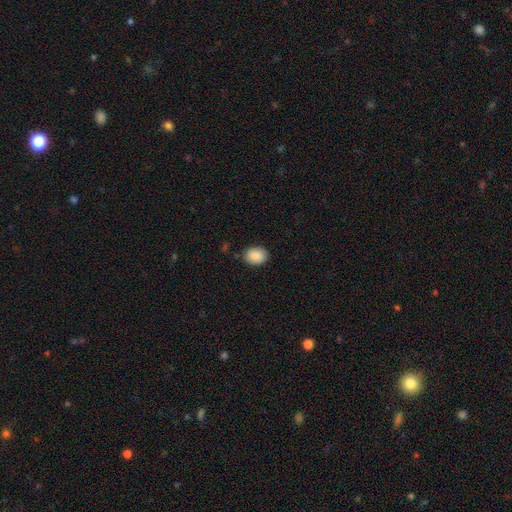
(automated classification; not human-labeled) Smooth or featured?
  - smooth: 88% *
  - star or artifact: 7%
  - featured or disk: 5%
How rounded?
  - in between: 57% *
  - round: 42%
  - cigar-shaped: 1%
Merging?
  - none: 85% *
  - minor disturbance: 11%
  - major disturbance: 2%
  - merger: 1%